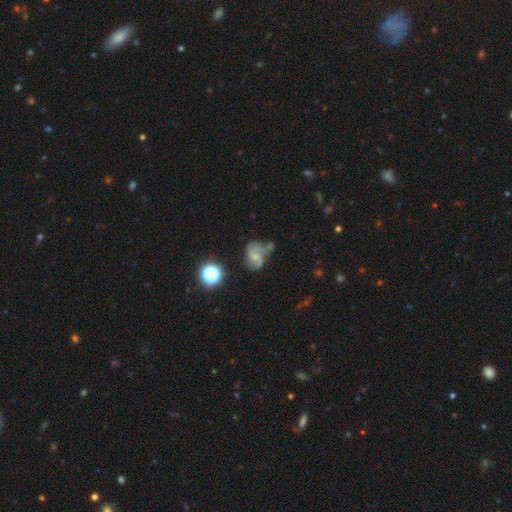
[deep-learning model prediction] smooth-or-featured: featured or disk: 66% | smooth: 21% | star or artifact: 13%
  disk-edge-on: no: 98% | yes: 2%
    bar: no: 56% | weak: 37% | strong: 7%
    has-spiral-arms: yes: 88% | no: 12%
      spiral-winding: medium: 46% | loose: 37% | tight: 17%
      spiral-arm-count: 2: 73% | can't tell: 11% | 3: 6% | 1: 6% | 4: 2% | more than 4: 2%
    bulge-size: small: 49% | moderate: 30% | none: 16% | large: 3% | dominant: 1%
  merging: none: 37% | minor disturbance: 24% | major disturbance: 20% | merger: 19%